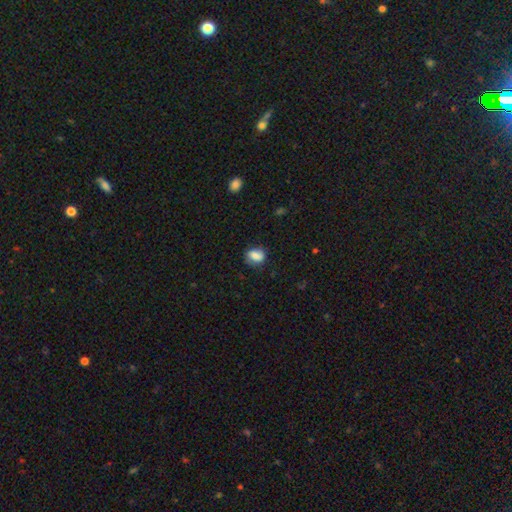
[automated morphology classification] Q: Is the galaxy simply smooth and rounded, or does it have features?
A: smooth — 78%.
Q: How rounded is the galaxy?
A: in between — 63%.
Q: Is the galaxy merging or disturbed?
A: none — 71%.